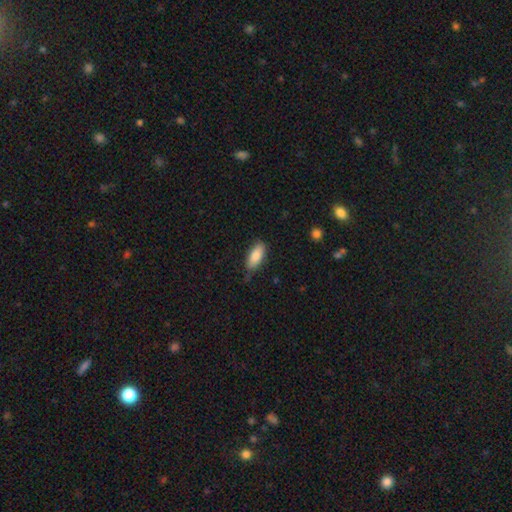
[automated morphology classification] Q: Smooth or featured?
A: smooth (85%); runner-up: featured or disk (9%)
Q: How rounded?
A: in between (82%); runner-up: cigar-shaped (16%)
Q: Merging?
A: none (70%); runner-up: minor disturbance (24%)